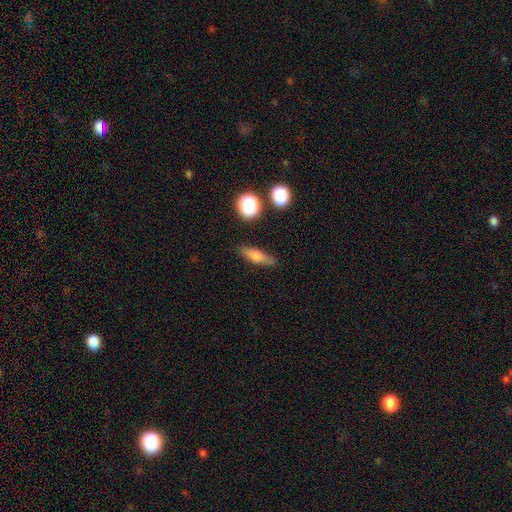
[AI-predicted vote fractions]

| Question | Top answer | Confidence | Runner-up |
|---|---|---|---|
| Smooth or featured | smooth | 62% | featured or disk (29%) |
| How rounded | cigar-shaped | 62% | in between (32%) |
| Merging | none | 84% | minor disturbance (11%) |